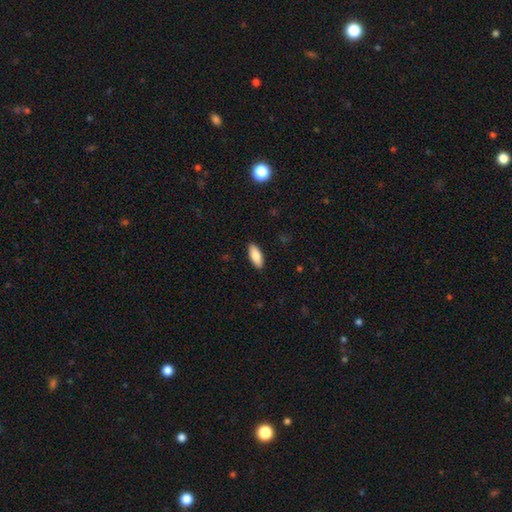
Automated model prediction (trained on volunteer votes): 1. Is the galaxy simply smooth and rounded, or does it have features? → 85% smooth, 9% featured or disk, 6% star or artifact.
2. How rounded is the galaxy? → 82% in between, 17% cigar-shaped, 2% round.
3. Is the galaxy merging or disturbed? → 90% none, 8% minor disturbance, 2% major disturbance, 1% merger.